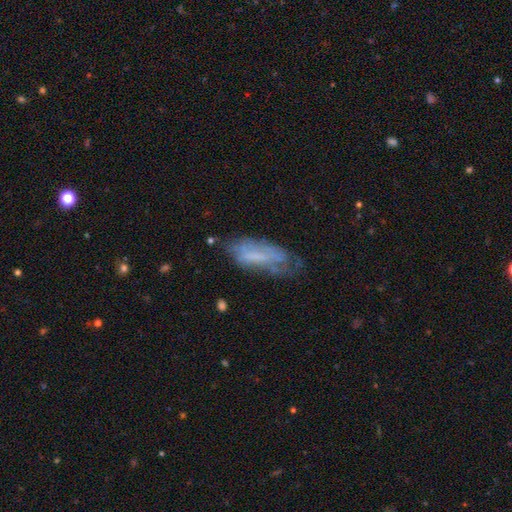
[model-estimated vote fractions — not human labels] Smooth or featured?
  - smooth: 43% *
  - featured or disk: 41%
  - star or artifact: 16%
Merging?
  - none: 57% *
  - minor disturbance: 26%
  - major disturbance: 14%
  - merger: 3%